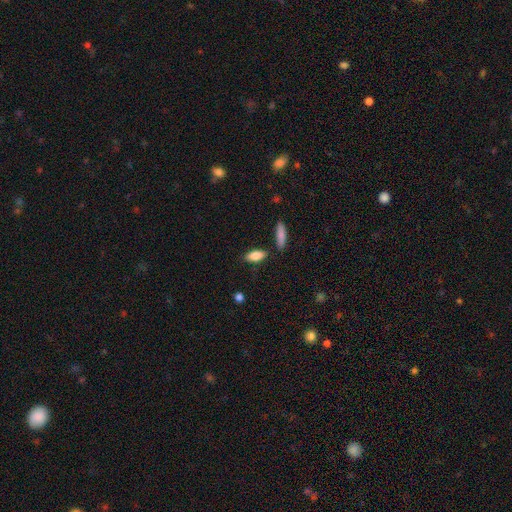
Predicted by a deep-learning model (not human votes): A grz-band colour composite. It shows a smooth galaxy with no disk features (84%) that is in between round and cigar-shaped (79%). Merging: none (81%).